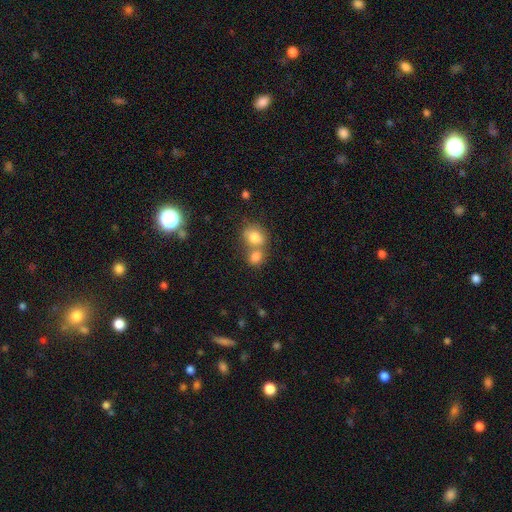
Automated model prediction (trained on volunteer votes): Smooth or featured?
  - smooth: 74% *
  - star or artifact: 14%
  - featured or disk: 11%
How rounded?
  - round: 61% *
  - in between: 38%
  - cigar-shaped: 1%
Merging?
  - merger: 52% *
  - none: 37%
  - minor disturbance: 8%
  - major disturbance: 3%